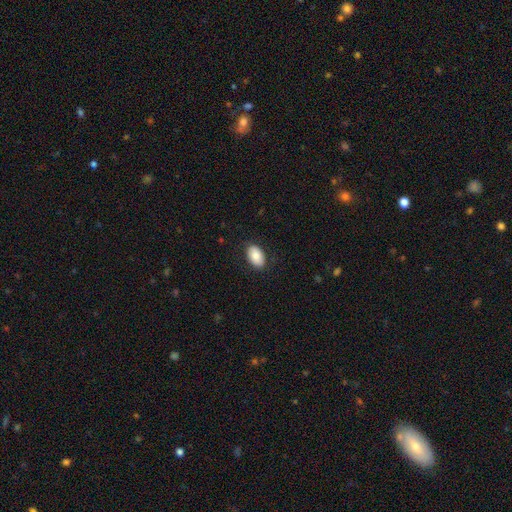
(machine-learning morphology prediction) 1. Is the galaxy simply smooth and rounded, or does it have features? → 83% smooth, 10% featured or disk, 7% star or artifact.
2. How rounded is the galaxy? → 92% in between, 7% round, 1% cigar-shaped.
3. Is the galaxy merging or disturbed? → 84% none, 12% minor disturbance, 3% major disturbance, 1% merger.